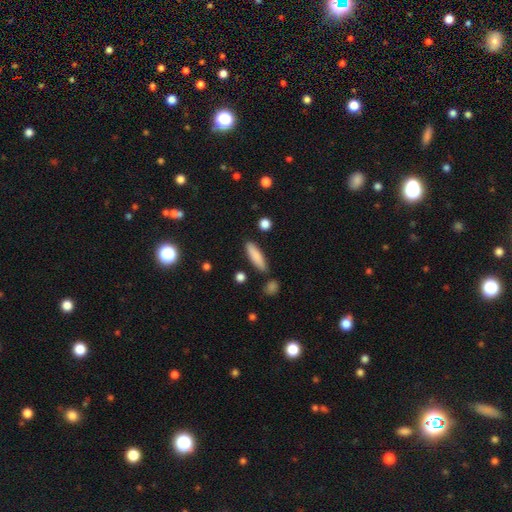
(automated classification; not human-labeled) Smooth or featured: smooth — 83% (featured or disk — 10%)
How rounded: cigar-shaped — 67% (in between — 31%)
Merging: none — 83% (minor disturbance — 11%)